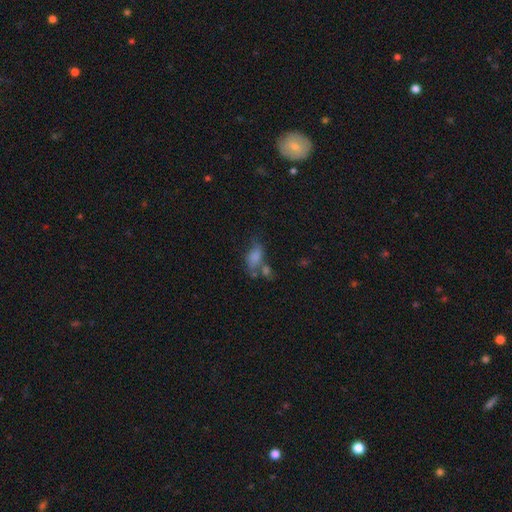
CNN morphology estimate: Smooth or featured? smooth (61%)
How rounded? in between (81%)
Merging? none (35%)